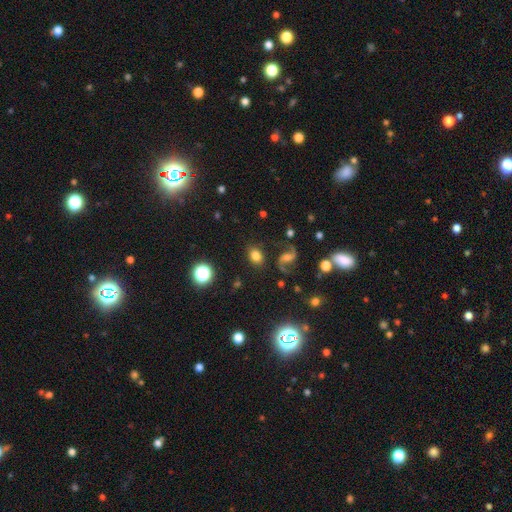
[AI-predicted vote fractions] Overall: smooth (66%). How rounded: in between (60%; round 39%). Merging: none (77%).